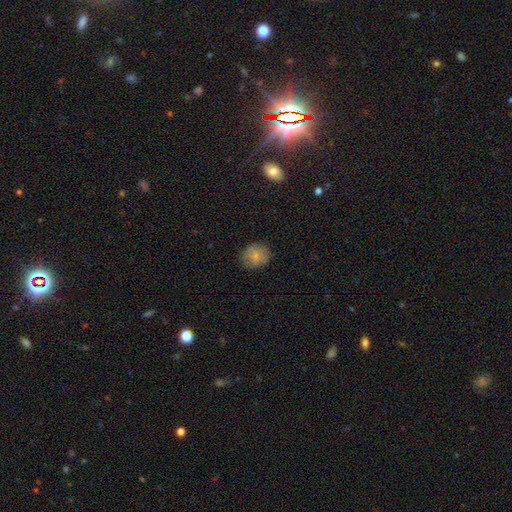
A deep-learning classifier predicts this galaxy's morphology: Overall: smooth (82%). How rounded: round (73%). Merging: none (81%).